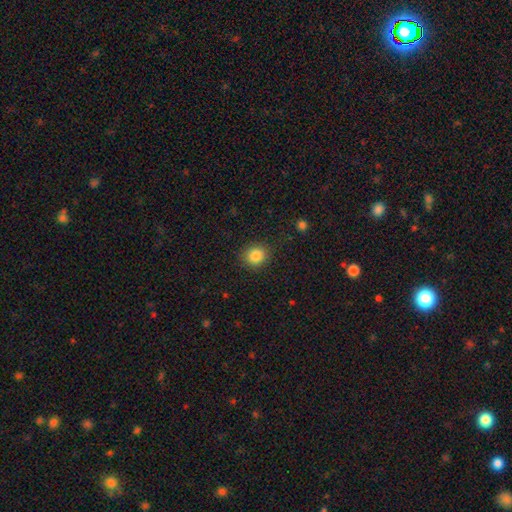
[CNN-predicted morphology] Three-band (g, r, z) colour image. It shows a smooth galaxy with no disk features (85%) that is round (79%). Merging: none (88%).